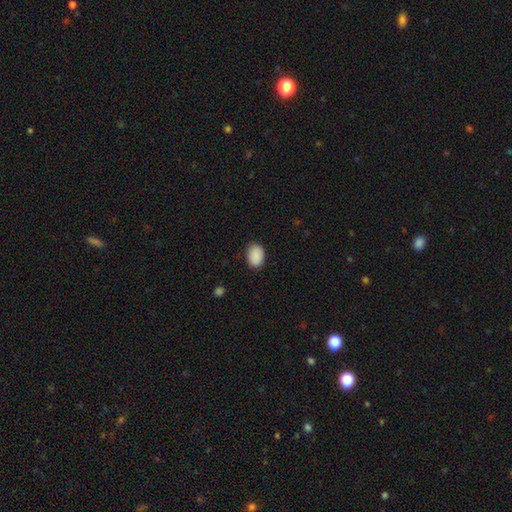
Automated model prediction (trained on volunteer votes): smooth_or_featured: smooth (p=0.90) [alt: star or artifact p=0.07]
how_rounded: in between (p=0.78) [alt: round p=0.21]
merging: none (p=0.86) [alt: minor disturbance p=0.11]